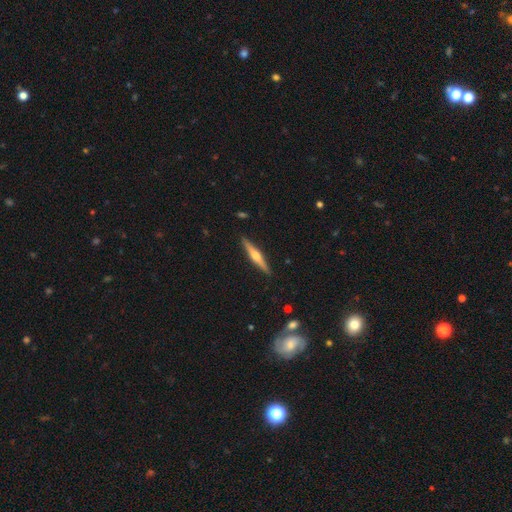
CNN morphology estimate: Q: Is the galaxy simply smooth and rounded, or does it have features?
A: featured or disk — 70%.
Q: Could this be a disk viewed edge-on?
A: yes — 98%.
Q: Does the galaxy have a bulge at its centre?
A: rounded — 90%.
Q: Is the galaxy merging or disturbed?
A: none — 91%.